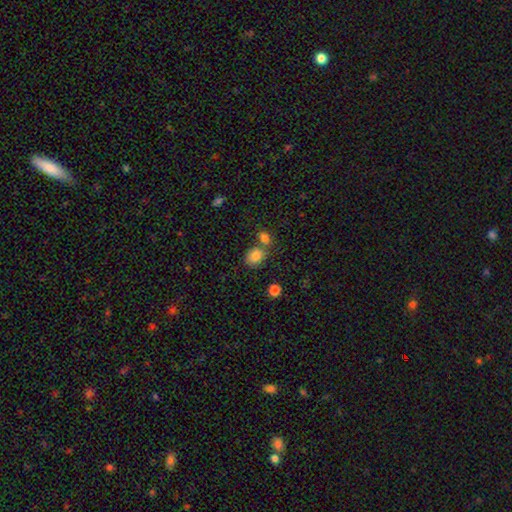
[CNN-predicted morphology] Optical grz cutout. It shows a smooth galaxy with no disk features (83%) that is in between round and cigar-shaped (58%). Merging: none (57%).